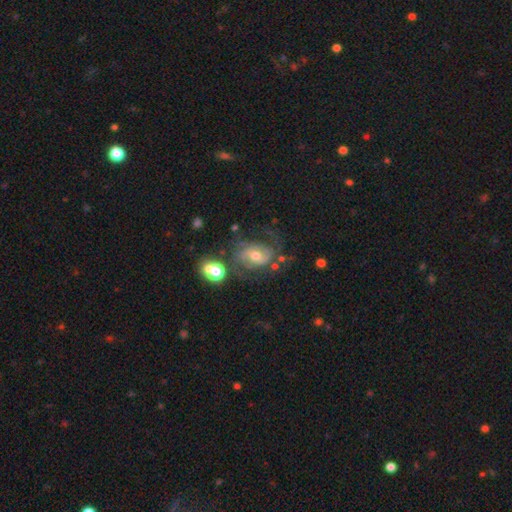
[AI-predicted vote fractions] Smooth or featured: featured or disk — 72% (smooth — 18%)
Edge-on disk: no — 96% (yes — 4%)
Bar: no — 50% (weak — 37%)
Spiral arms: yes — 89% (no — 11%)
Spiral winding: medium — 45% (loose — 30%)
Spiral arm count: 2 — 65% (can't tell — 17%)
Bulge size: moderate — 61% (small — 31%)
Merging: none — 49% (major disturbance — 22%)